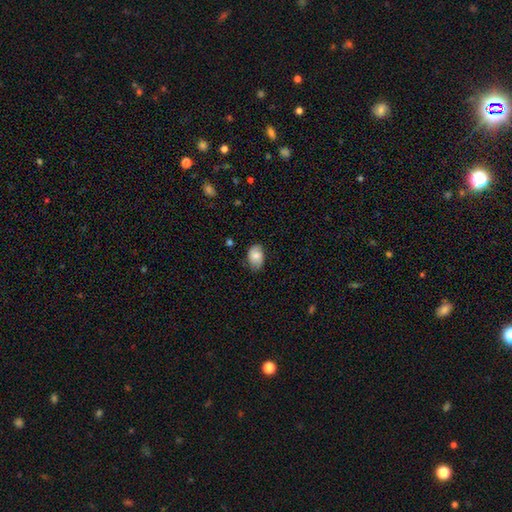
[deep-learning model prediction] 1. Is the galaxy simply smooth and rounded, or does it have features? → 79% smooth, 14% featured or disk, 7% star or artifact.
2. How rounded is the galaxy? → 85% in between, 13% round, 1% cigar-shaped.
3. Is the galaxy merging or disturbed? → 72% none, 23% minor disturbance, 4% major disturbance, 1% merger.